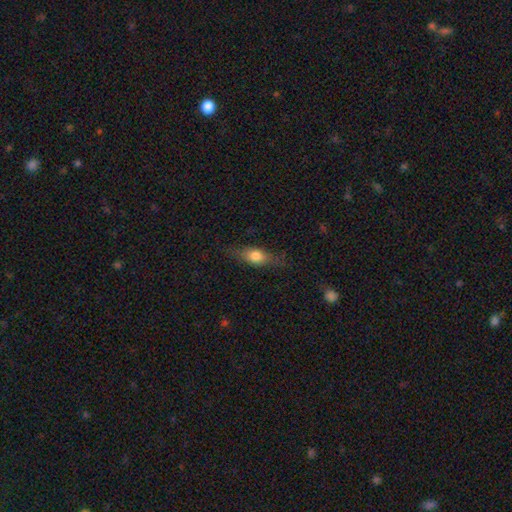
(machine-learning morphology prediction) Smooth or featured: smooth — 66% (featured or disk — 25%)
How rounded: in between — 67% (cigar-shaped — 25%)
Merging: none — 74% (minor disturbance — 18%)